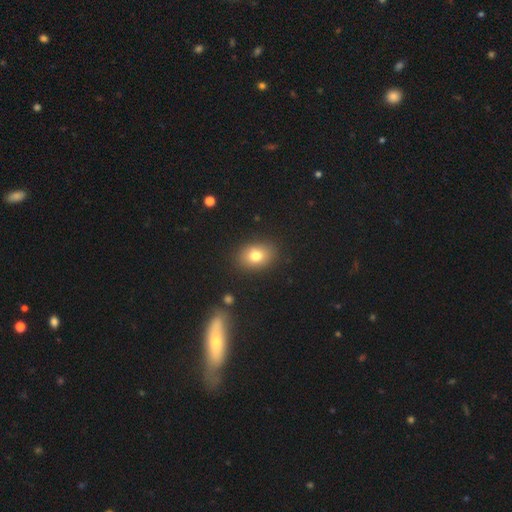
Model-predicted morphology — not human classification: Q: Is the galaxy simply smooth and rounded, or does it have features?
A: smooth — 77%.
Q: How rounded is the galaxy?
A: in between — 61%.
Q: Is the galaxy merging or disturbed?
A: none — 86%.